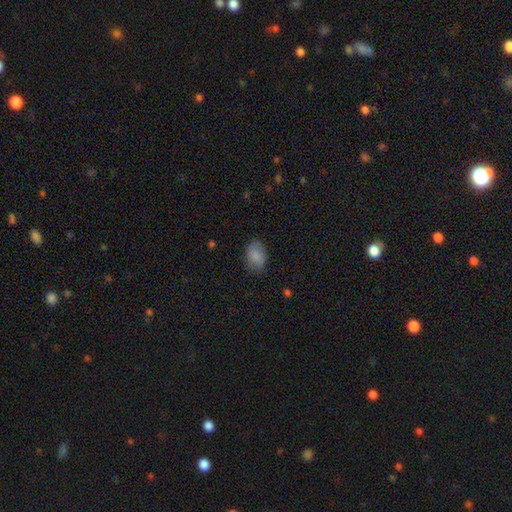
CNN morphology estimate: A smooth galaxy with no disk features (85%) that is in between round and cigar-shaped (80%). Merging: none (76%).